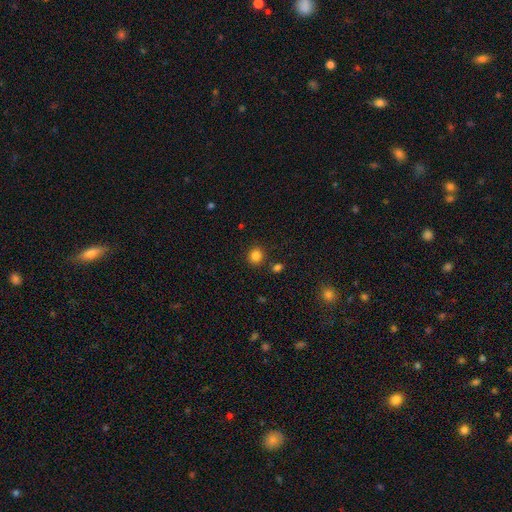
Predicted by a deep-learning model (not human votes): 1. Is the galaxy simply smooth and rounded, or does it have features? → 84% smooth, 12% star or artifact, 4% featured or disk.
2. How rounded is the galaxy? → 83% round, 16% in between, 1% cigar-shaped.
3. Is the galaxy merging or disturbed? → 84% none, 8% minor disturbance, 5% merger, 3% major disturbance.